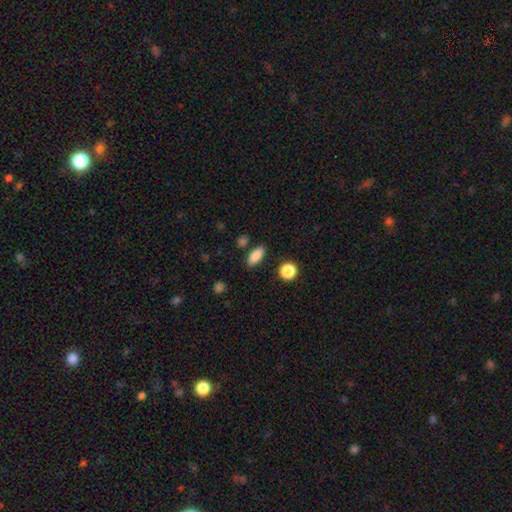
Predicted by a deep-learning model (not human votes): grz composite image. It shows a smooth galaxy with no disk features (86%) that is in between round and cigar-shaped (76%). Merging: none (85%).